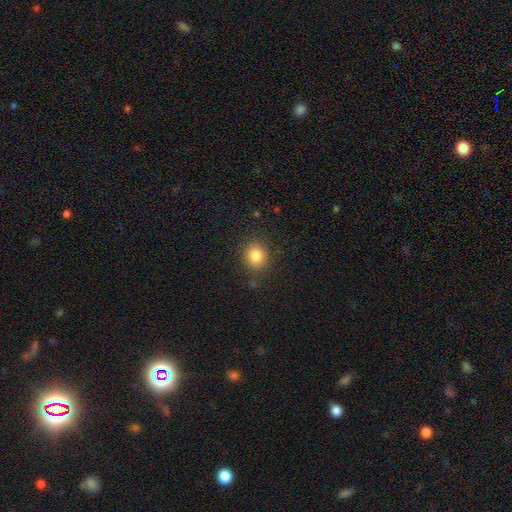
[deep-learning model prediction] A smooth galaxy with no disk features (83%) that is round (73%).

Vote fractions:
- Smooth or featured? smooth: 83% / star or artifact: 11% / featured or disk: 6%
- How rounded? round: 73% / in between: 26% / cigar-shaped: 1%
- Merging? none: 85% / minor disturbance: 10% / major disturbance: 3% / merger: 2%